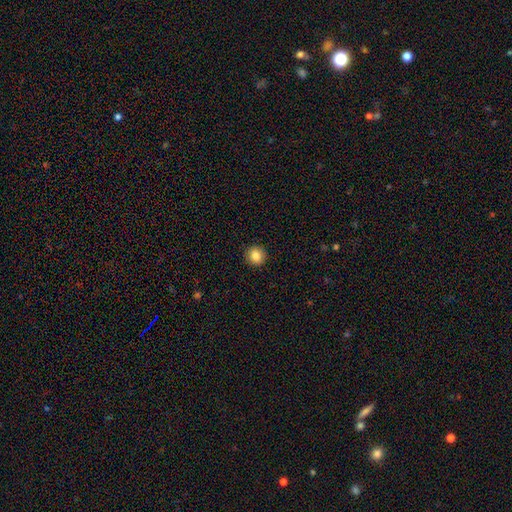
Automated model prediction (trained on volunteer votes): Q: Smooth or featured?
A: smooth (85%); runner-up: star or artifact (10%)
Q: How rounded?
A: round (92%); runner-up: in between (7%)
Q: Merging?
A: none (93%); runner-up: minor disturbance (5%)